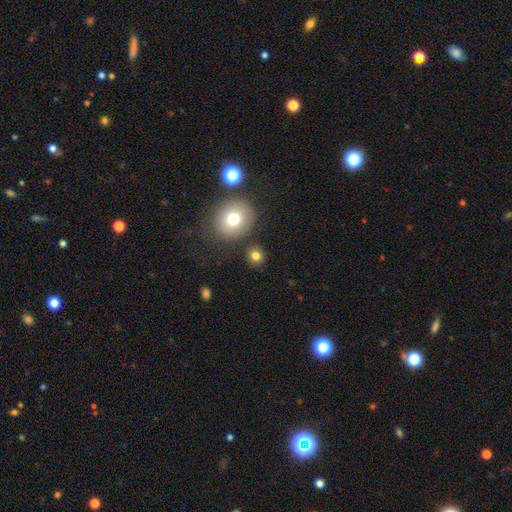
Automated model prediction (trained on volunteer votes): This appears to be a smooth galaxy with no disk features (80%) that is round (86%). Merging: none (84%).